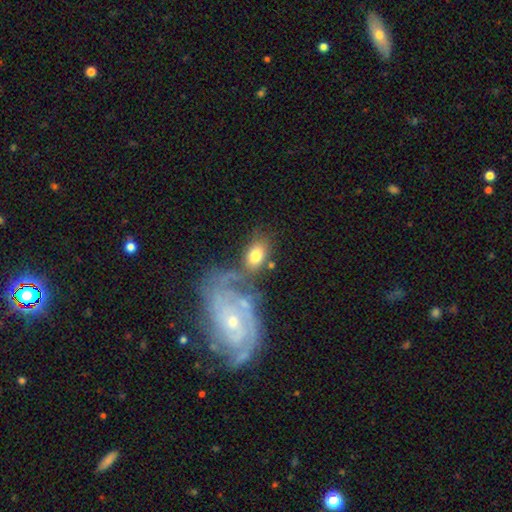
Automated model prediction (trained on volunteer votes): Morphology: type=smooth (70%); roundness=in between (86%); merging=none (52%).